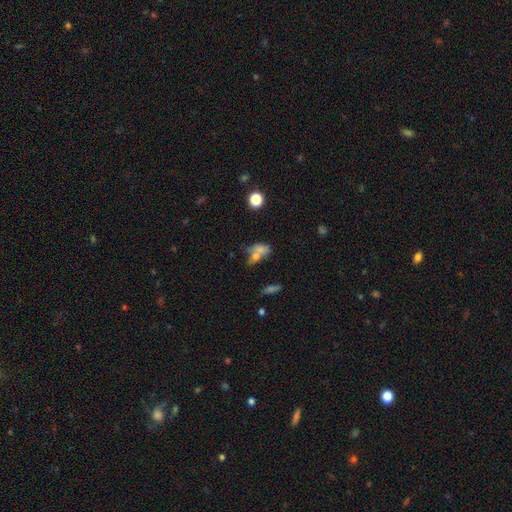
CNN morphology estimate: Smooth or featured? Predicted: smooth (p=0.49). Merging? Predicted: merger (p=0.40).